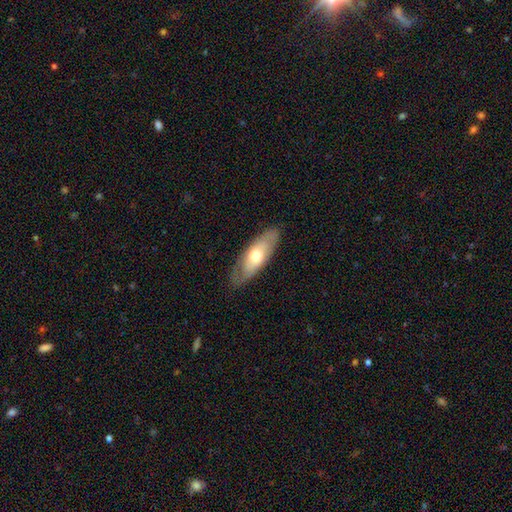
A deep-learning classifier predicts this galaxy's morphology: Q: Smooth or featured?
A: smooth (54%); runner-up: featured or disk (41%)
Q: How rounded?
A: in between (68%); runner-up: cigar-shaped (30%)
Q: Merging?
A: none (80%); runner-up: minor disturbance (15%)